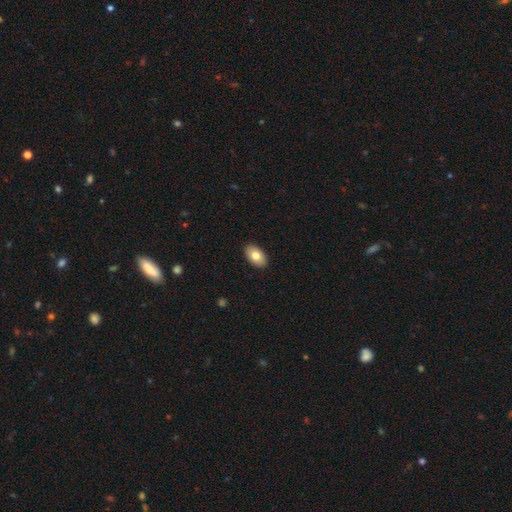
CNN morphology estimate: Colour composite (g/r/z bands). It shows a smooth galaxy with no disk features (78%) that is in between round and cigar-shaped (94%). Merging: none (90%).